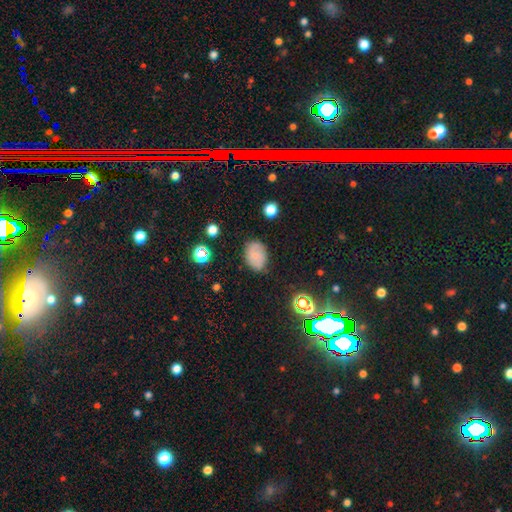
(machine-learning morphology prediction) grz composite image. It shows a smooth galaxy with no disk features (69%) that is in between round and cigar-shaped (78%). Merging: none (78%).